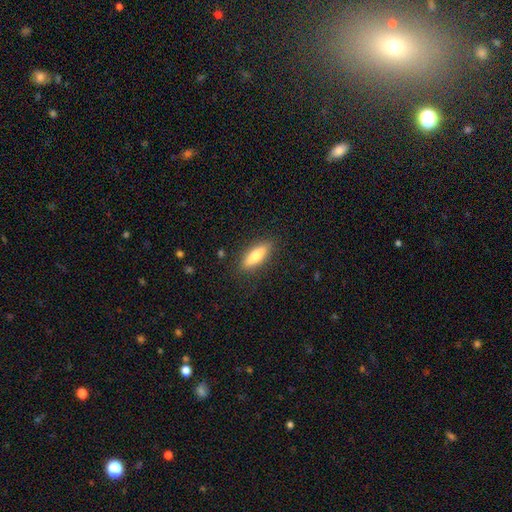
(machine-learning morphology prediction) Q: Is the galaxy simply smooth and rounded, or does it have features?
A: smooth — 66%.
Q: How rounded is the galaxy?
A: cigar-shaped — 54%.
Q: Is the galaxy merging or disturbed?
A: none — 87%.